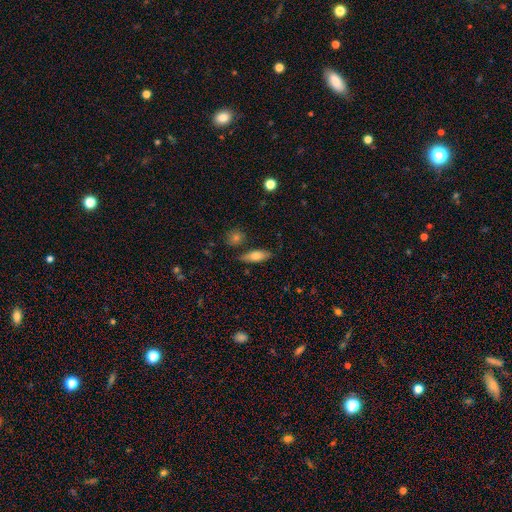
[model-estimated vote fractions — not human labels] The model was most divided on "how rounded": in between: 59%, cigar-shaped: 38%, round: 3%. More confident: merging — none (78%); smooth or featured — smooth (69%).